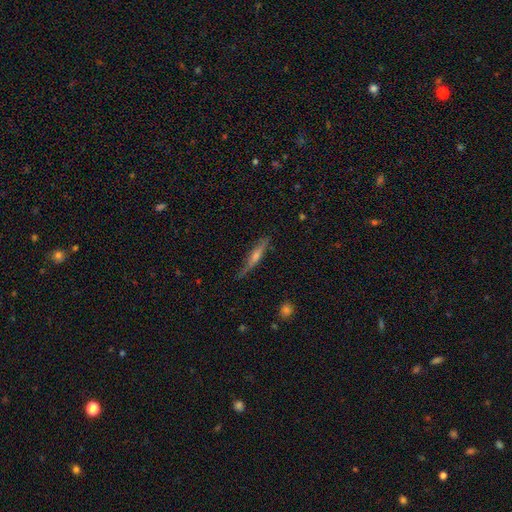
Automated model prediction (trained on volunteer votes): This appears to be a featured or disk galaxy (64%) viewed edge-on (93%) with a rounded central bulge (74%). Merging: none (75%).